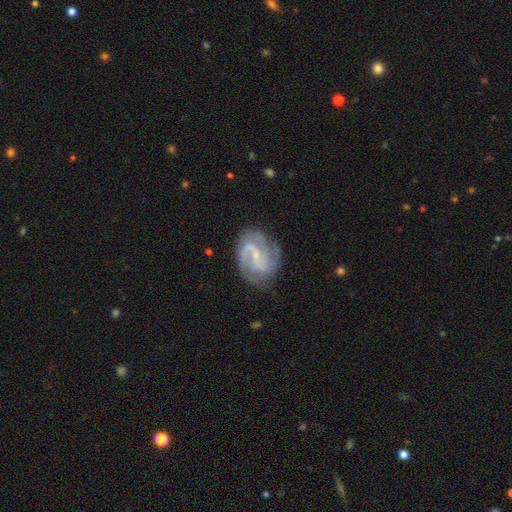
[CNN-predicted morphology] The model was most divided on "spiral winding": medium: 52%, tight: 29%, loose: 19%. More confident: edge-on disk — no (98%); spiral arms — yes (97%); smooth or featured — featured or disk (86%); merging — none (73%); spiral arm count — 2 (71%); bulge size — small (66%); bar — weak (53%).